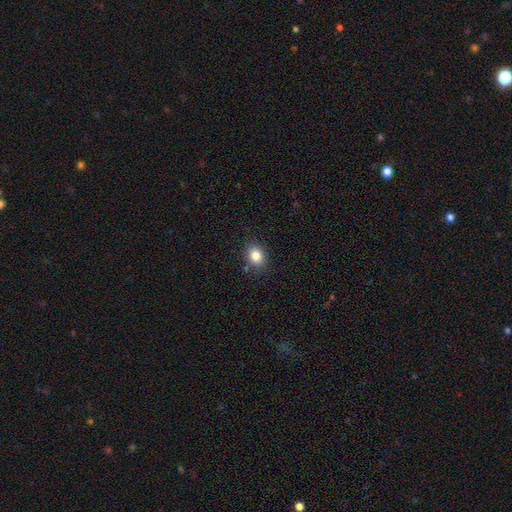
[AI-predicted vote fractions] Morphology: type=smooth (84%); roundness=round (50%); merging=none (84%).